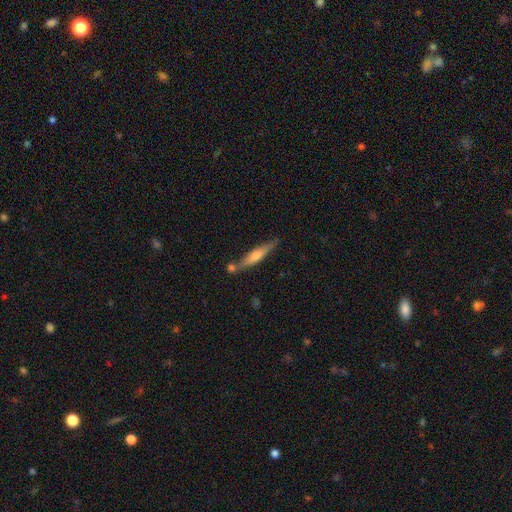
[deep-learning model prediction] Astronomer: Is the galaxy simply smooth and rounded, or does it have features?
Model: featured or disk — 62%.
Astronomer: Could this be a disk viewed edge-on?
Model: yes — 95%.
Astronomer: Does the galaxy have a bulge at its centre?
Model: rounded — 74%.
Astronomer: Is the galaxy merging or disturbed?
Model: none — 78%.